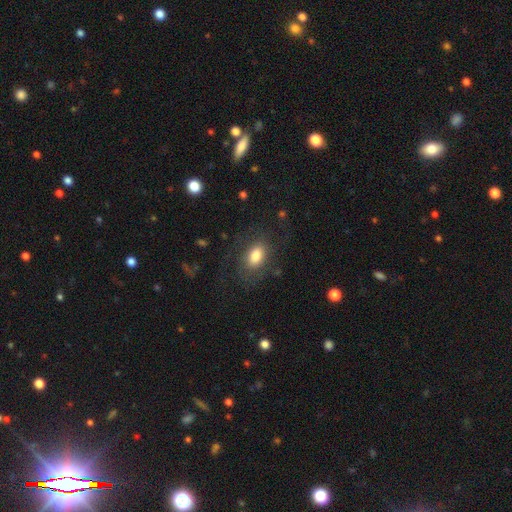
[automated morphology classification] smooth 73%, featured or disk 18%, star or artifact 8%. Down the decision tree: how rounded — in between (87%); merging — none (71%).